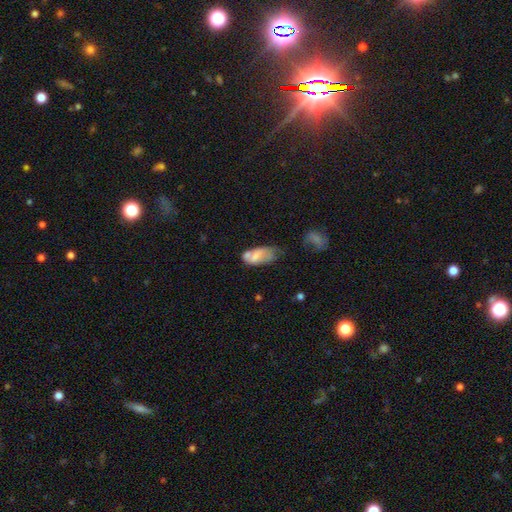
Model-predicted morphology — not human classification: Smooth or featured: smooth — 65% (featured or disk — 27%)
How rounded: in between — 89% (cigar-shaped — 7%)
Merging: minor disturbance — 31% (none — 28%)